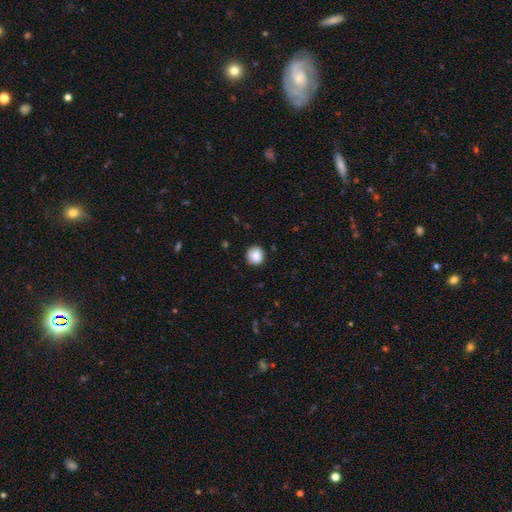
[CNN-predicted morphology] The model was most divided on "merging": none: 84%, minor disturbance: 12%, major disturbance: 3%, merger: 1%. More confident: smooth or featured — smooth (86%); how rounded — round (86%).